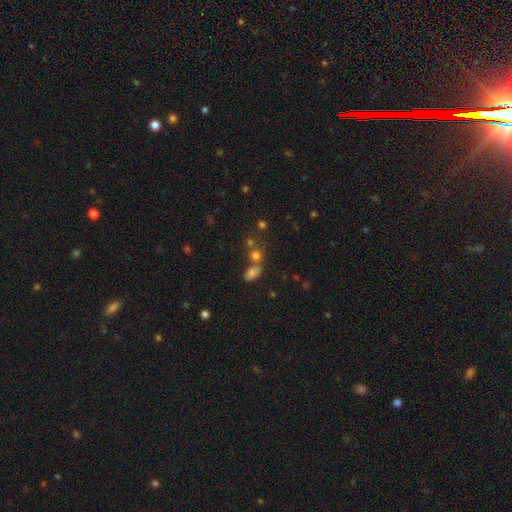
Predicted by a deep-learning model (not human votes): Morphology: type=smooth (52%); roundness=round (53%); merging=none (42%, tied with merger).